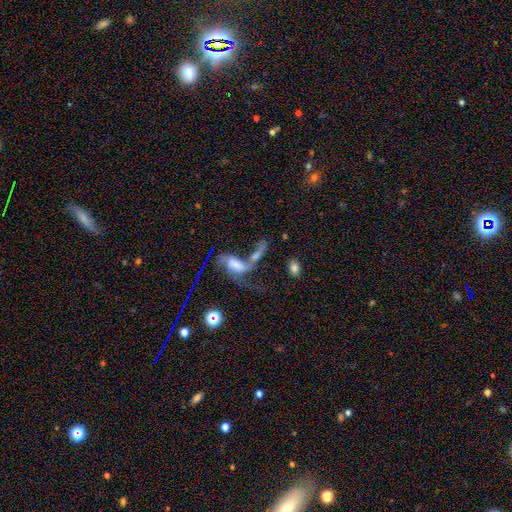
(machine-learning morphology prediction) This is possibly a featured or disk galaxy (51%). It is clearly not viewed edge-on (87%). Merging: possibly merger (56%).